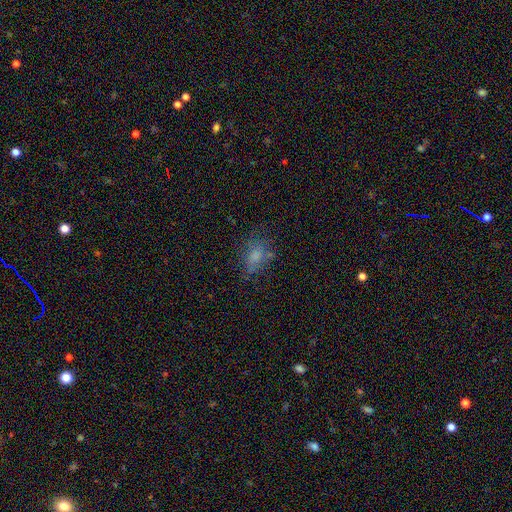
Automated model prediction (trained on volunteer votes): The model was most divided on "merging": none: 56%, minor disturbance: 23%, major disturbance: 16%, merger: 5%. More confident: how rounded — in between (76%); smooth or featured — smooth (64%).